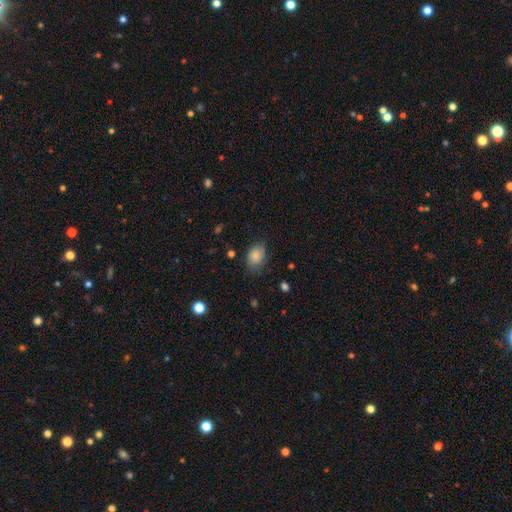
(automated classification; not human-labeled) This is clearly a smooth galaxy (82%). How rounded: likely in between (76%). Merging: likely none (66%).